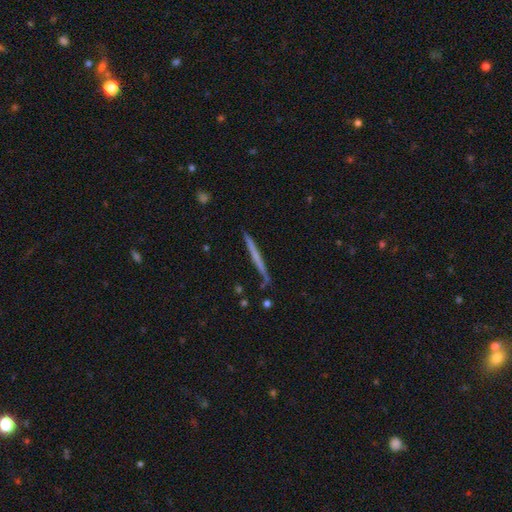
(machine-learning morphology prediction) smooth_or_featured: featured or disk (p=0.48) [alt: smooth p=0.46]
merging: none (p=0.89) [alt: minor disturbance p=0.08]